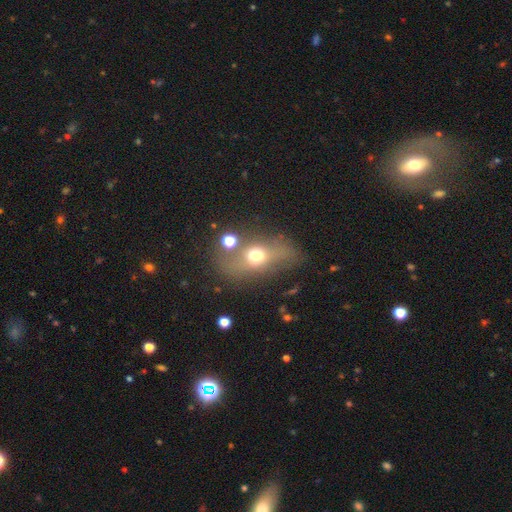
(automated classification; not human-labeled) smooth 54%, featured or disk 29%, star or artifact 17%. Down the decision tree: how rounded — in between (60%); merging — none (61%).